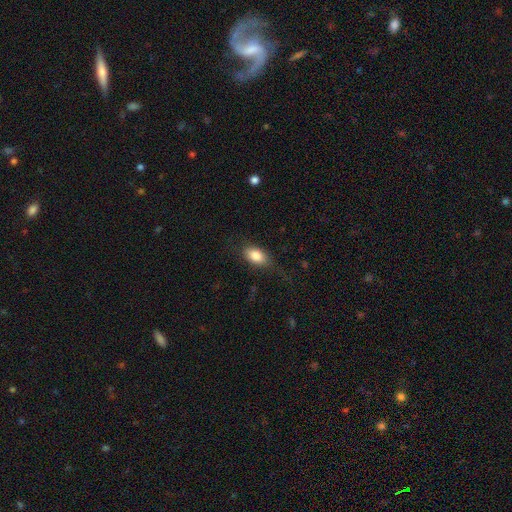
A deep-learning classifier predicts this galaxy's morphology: This is clearly a smooth galaxy (83%). How rounded: clearly in between (88%). Merging: likely none (71%).